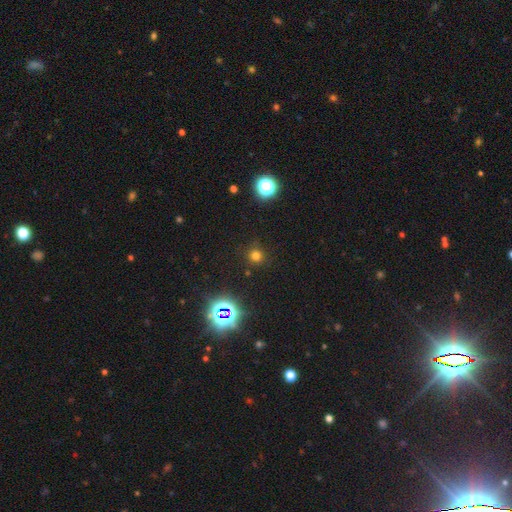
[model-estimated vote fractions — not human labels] This is likely a smooth galaxy (67%). How rounded: clearly round (93%). Merging: clearly none (87%).